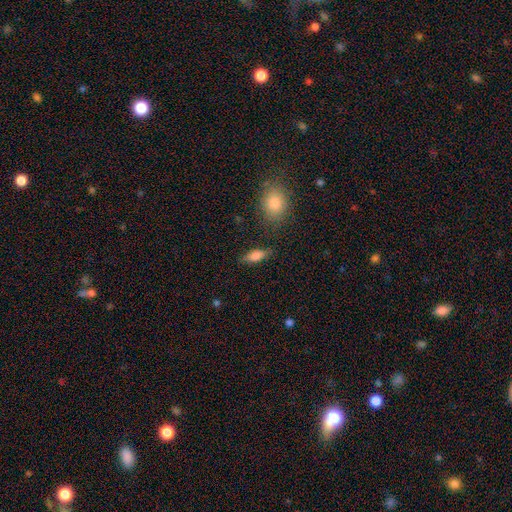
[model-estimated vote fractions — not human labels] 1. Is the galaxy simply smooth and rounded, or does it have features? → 80% smooth, 13% featured or disk, 8% star or artifact.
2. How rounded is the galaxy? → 76% in between, 20% cigar-shaped, 4% round.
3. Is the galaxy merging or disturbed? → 79% none, 15% minor disturbance, 4% major disturbance, 3% merger.